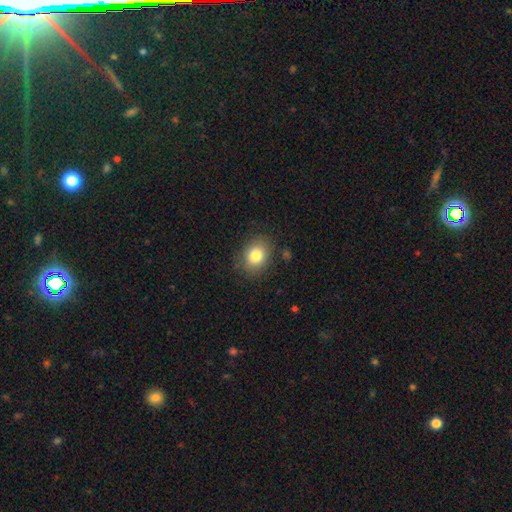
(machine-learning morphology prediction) The model was most divided on "how rounded": in between: 53%, round: 47%, cigar-shaped: 1%. More confident: merging — none (83%); smooth or featured — smooth (82%).